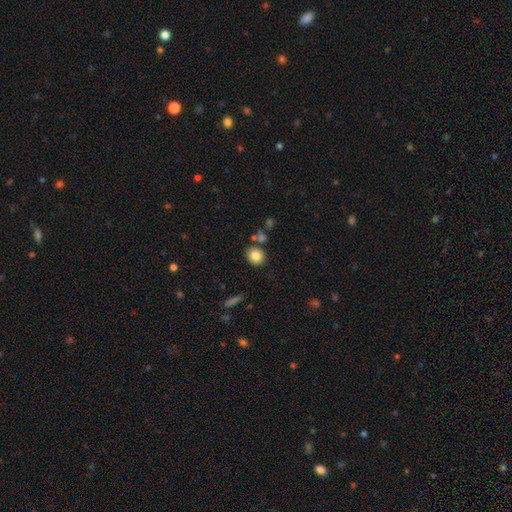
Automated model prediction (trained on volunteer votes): smooth-or-featured: smooth: 82% | star or artifact: 10% | featured or disk: 8%
  how-rounded: round: 73% | in between: 26% | cigar-shaped: 1%
  merging: none: 80% | minor disturbance: 9% | merger: 8% | major disturbance: 3%